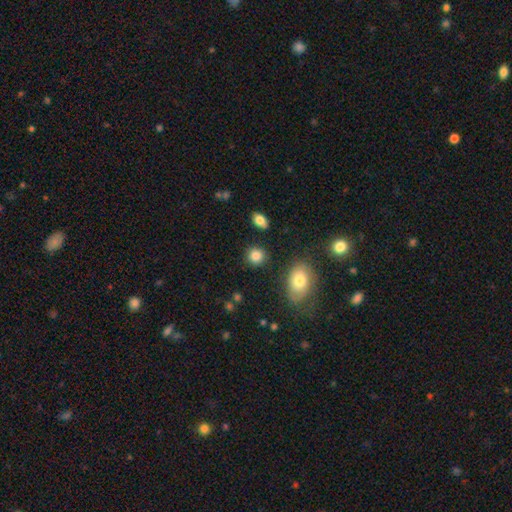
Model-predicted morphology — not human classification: Smooth or featured? smooth (86%)
How rounded? round (83%)
Merging? none (87%)